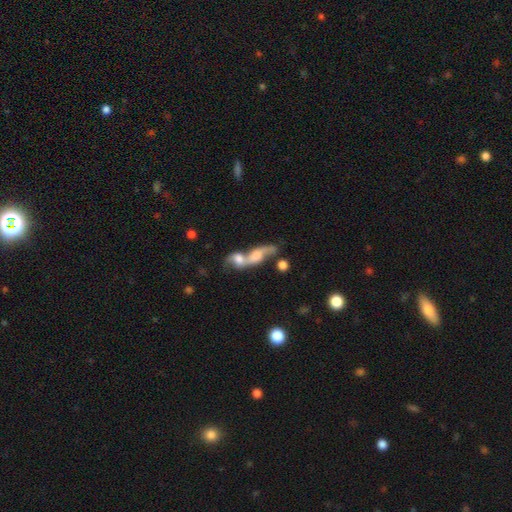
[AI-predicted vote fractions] This appears to be a featured or disk galaxy (50%). Merging: merger (69%).